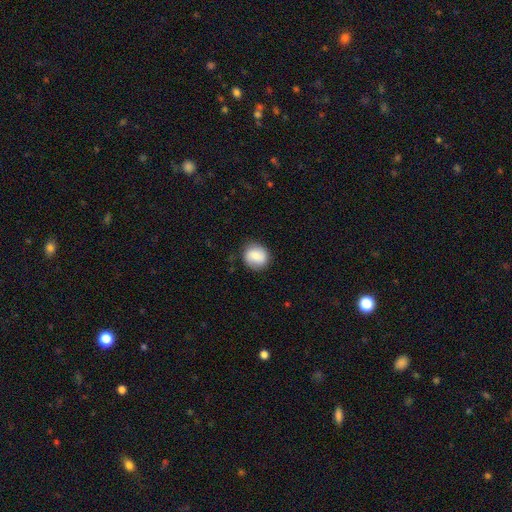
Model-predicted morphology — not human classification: Q: Smooth or featured?
A: smooth (76%); runner-up: featured or disk (17%)
Q: How rounded?
A: round (85%); runner-up: in between (14%)
Q: Merging?
A: none (84%); runner-up: minor disturbance (12%)